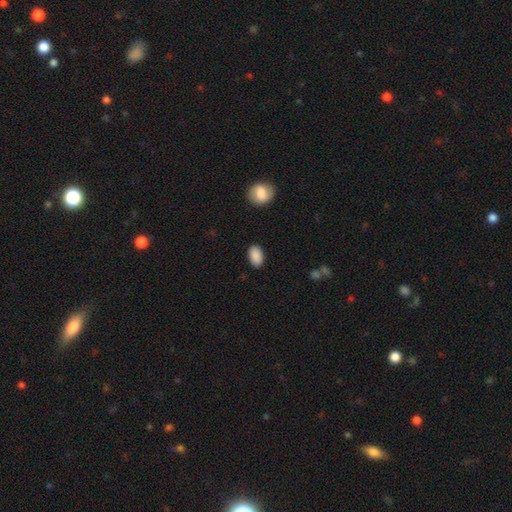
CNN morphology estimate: type=smooth (89%); roundness=in between (91%); merging=none (87%).